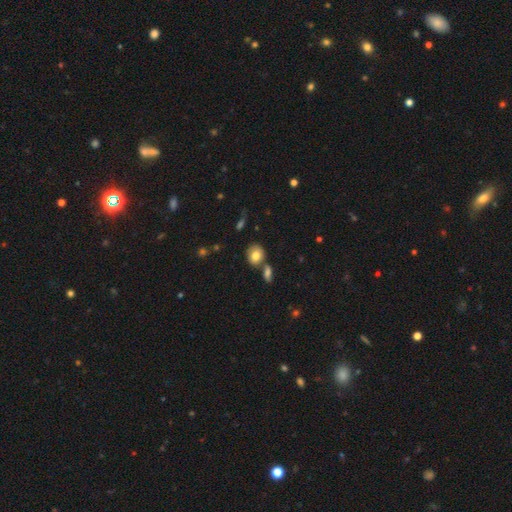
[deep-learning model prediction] smooth-or-featured: smooth: 79% | featured or disk: 12% | star or artifact: 9%
  how-rounded: round: 63% | in between: 35% | cigar-shaped: 2%
  merging: none: 66% | merger: 19% | minor disturbance: 12% | major disturbance: 3%